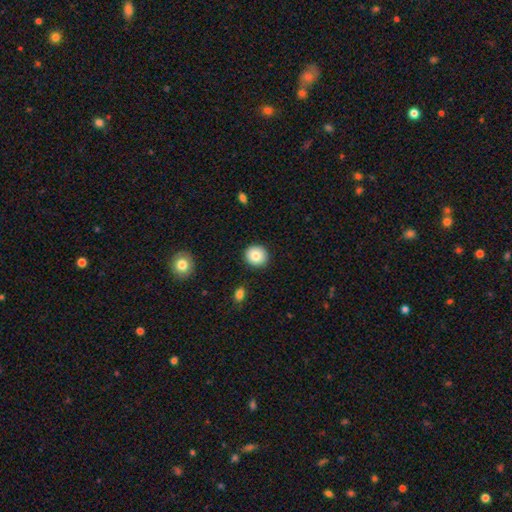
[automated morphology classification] smooth-or-featured: smooth: 83% | featured or disk: 9% | star or artifact: 8%
  how-rounded: round: 90% | in between: 10% | cigar-shaped: 1%
  merging: none: 91% | minor disturbance: 6% | major disturbance: 2% | merger: 1%